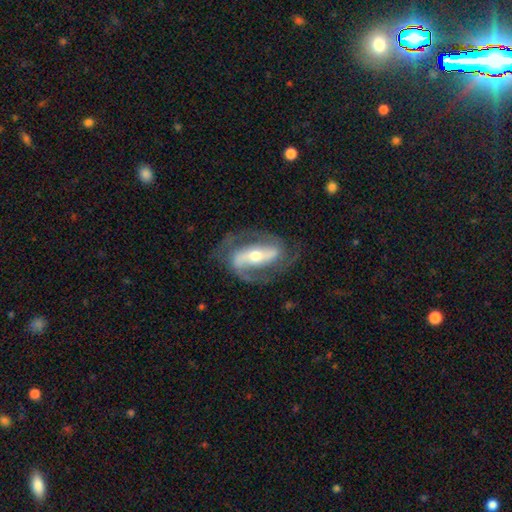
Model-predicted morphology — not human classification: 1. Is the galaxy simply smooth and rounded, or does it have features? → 89% featured or disk, 7% smooth, 4% star or artifact.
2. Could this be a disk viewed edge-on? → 94% no, 6% yes.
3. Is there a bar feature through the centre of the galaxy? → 65% strong, 21% weak, 14% no.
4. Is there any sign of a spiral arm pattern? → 95% yes, 5% no.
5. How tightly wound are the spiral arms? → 52% medium, 27% tight, 20% loose.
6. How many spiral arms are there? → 90% 2, 3% can't tell, 3% 1, 2% 3, 1% 4, 1% more than 4.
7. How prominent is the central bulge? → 58% moderate, 35% small, 5% large, 1% dominant, 1% none.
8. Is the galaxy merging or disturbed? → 76% none, 14% minor disturbance, 9% major disturbance, 1% merger.